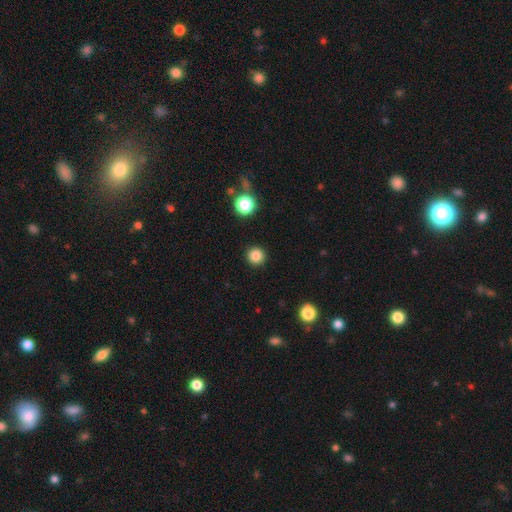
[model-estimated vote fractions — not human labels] A smooth galaxy with no disk features (84%) that is round (95%).

Vote fractions:
- Smooth or featured? smooth: 84% / star or artifact: 12% / featured or disk: 4%
- How rounded? round: 95% / in between: 4% / cigar-shaped: 1%
- Merging? none: 93% / minor disturbance: 4% / major disturbance: 2% / merger: 1%